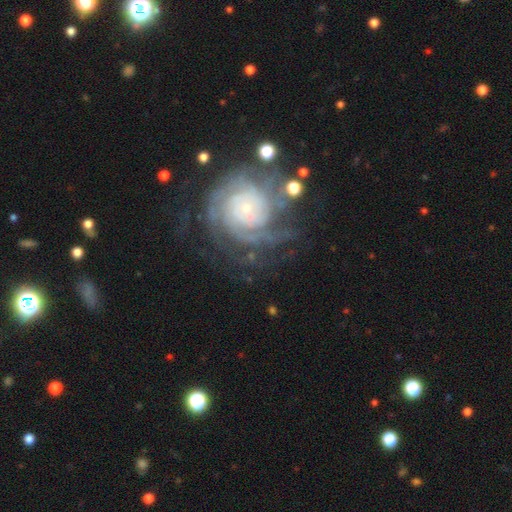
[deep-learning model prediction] smooth-or-featured: featured or disk: 74% | star or artifact: 14% | smooth: 12%
  disk-edge-on: no: 96% | yes: 4%
    bar: no: 73% | weak: 20% | strong: 7%
    has-spiral-arms: yes: 94% | no: 6%
      spiral-winding: tight: 75% | medium: 20% | loose: 5%
      spiral-arm-count: can't tell: 37% | 2: 17% | 3: 17% | 4: 12% | more than 4: 9% | 1: 8%
    bulge-size: small: 51% | moderate: 27% | large: 12% | none: 7% | dominant: 3%
  merging: none: 72% | minor disturbance: 14% | major disturbance: 11% | merger: 3%